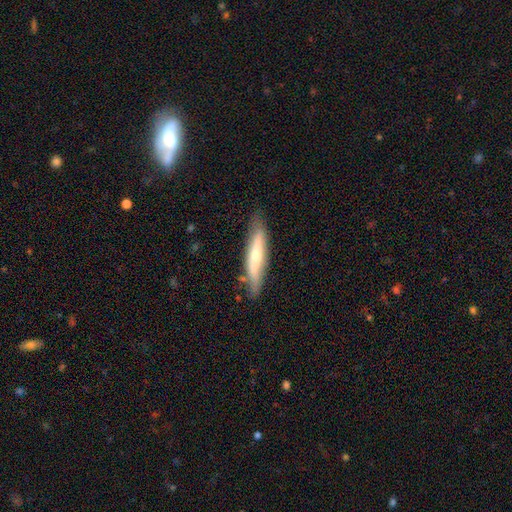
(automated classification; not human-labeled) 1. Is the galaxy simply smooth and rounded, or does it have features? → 48% smooth, 46% featured or disk, 6% star or artifact.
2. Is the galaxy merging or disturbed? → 76% none, 17% minor disturbance, 4% major disturbance, 3% merger.